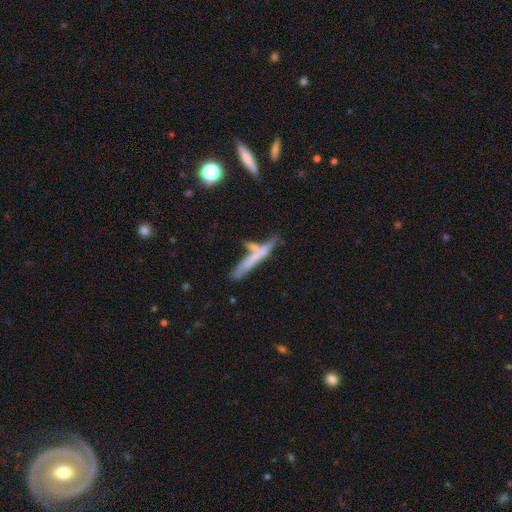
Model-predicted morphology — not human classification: This is possibly a smooth galaxy (51%). How rounded: clearly cigar-shaped (92%). Merging: possibly none (51%).